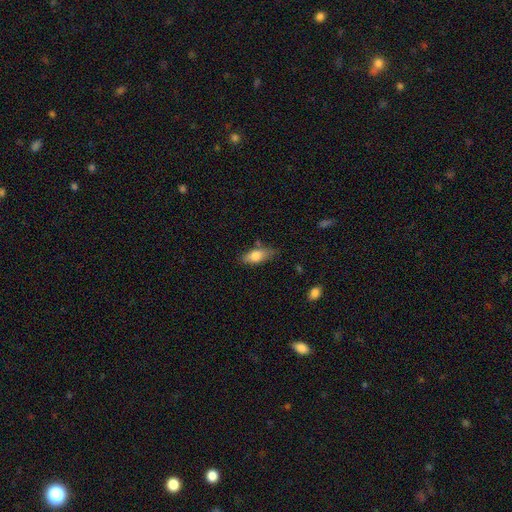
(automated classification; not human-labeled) Smooth or featured? smooth (75%)
How rounded? in between (77%)
Merging? none (69%)